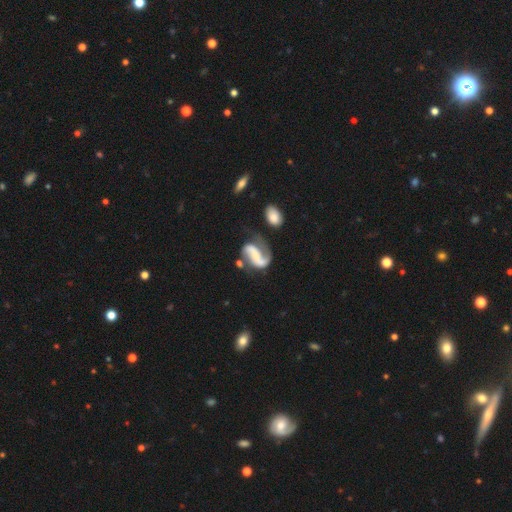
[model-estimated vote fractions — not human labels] smooth-or-featured: featured or disk: 81% | smooth: 13% | star or artifact: 6%
  disk-edge-on: no: 97% | yes: 3%
    bar: no: 35% | strong: 33% | weak: 31%
    has-spiral-arms: yes: 93% | no: 7%
      spiral-winding: loose: 50% | medium: 37% | tight: 12%
      spiral-arm-count: 2: 81% | 1: 12% | can't tell: 4% | 3: 1% | 4: 1% | more than 4: 1%
    bulge-size: small: 43% | moderate: 25% | none: 24% | large: 6% | dominant: 2%
  merging: none: 46% | minor disturbance: 20% | major disturbance: 20% | merger: 14%